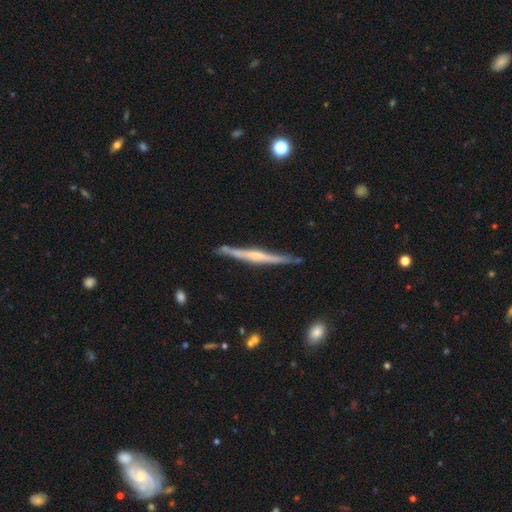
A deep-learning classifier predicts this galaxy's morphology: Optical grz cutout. It shows a featured or disk galaxy (73%) viewed edge-on (98%) with a rounded central bulge (46%). Merging: none (85%).